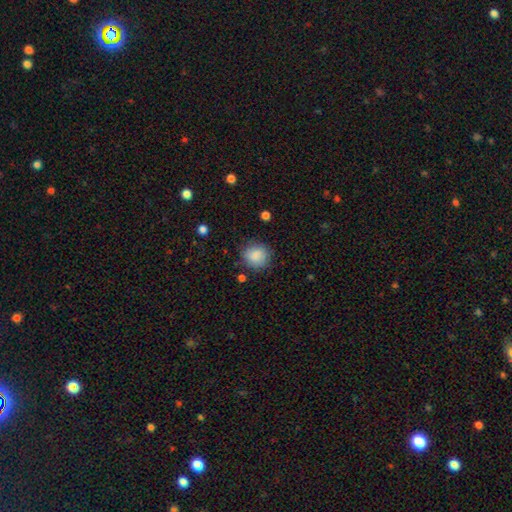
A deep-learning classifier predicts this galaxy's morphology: Q: Smooth or featured?
A: smooth (87%); runner-up: star or artifact (8%)
Q: How rounded?
A: round (87%); runner-up: in between (12%)
Q: Merging?
A: none (83%); runner-up: minor disturbance (12%)